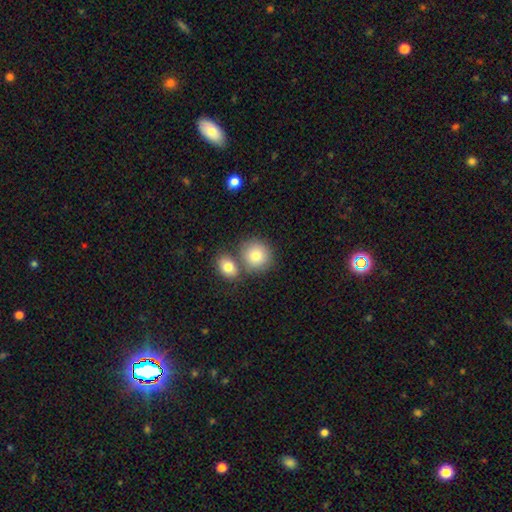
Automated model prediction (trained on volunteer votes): Smooth or featured? smooth (82%)
How rounded? round (82%)
Merging? none (58%)